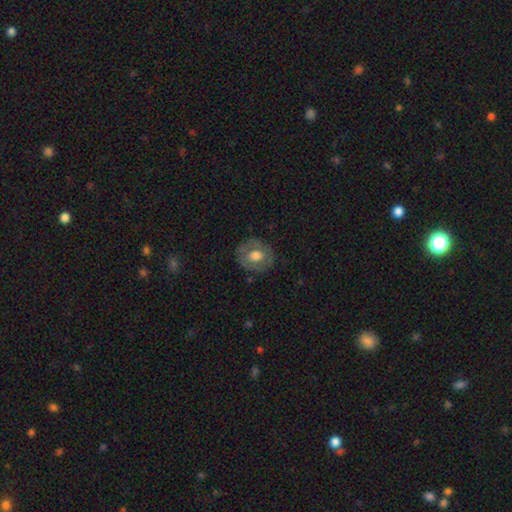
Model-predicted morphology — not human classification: The model was most divided on "smooth or featured": smooth: 51%, featured or disk: 42%, star or artifact: 7%. More confident: merging — none (80%); how rounded — round (77%).